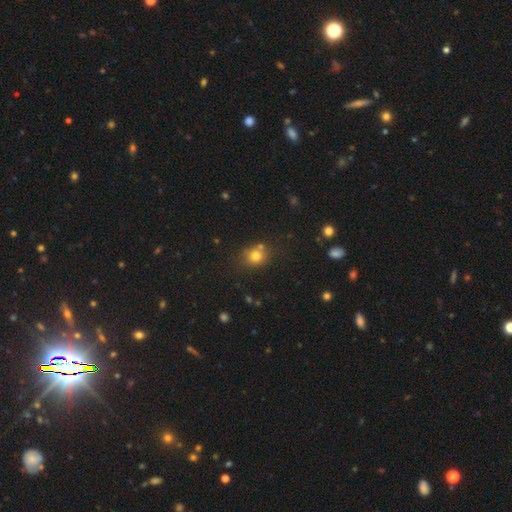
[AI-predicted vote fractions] A smooth galaxy with no disk features (76%) that is round (75%).

Vote fractions:
- Smooth or featured? smooth: 76% / star or artifact: 15% / featured or disk: 9%
- How rounded? round: 75% / in between: 24% / cigar-shaped: 1%
- Merging? none: 69% / merger: 15% / minor disturbance: 12% / major disturbance: 4%